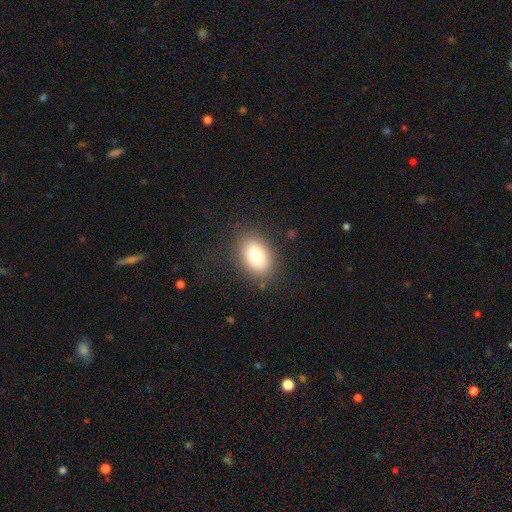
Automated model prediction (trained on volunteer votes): Q: Smooth or featured?
A: smooth (76%); runner-up: featured or disk (15%)
Q: How rounded?
A: in between (82%); runner-up: round (17%)
Q: Merging?
A: none (83%); runner-up: minor disturbance (11%)